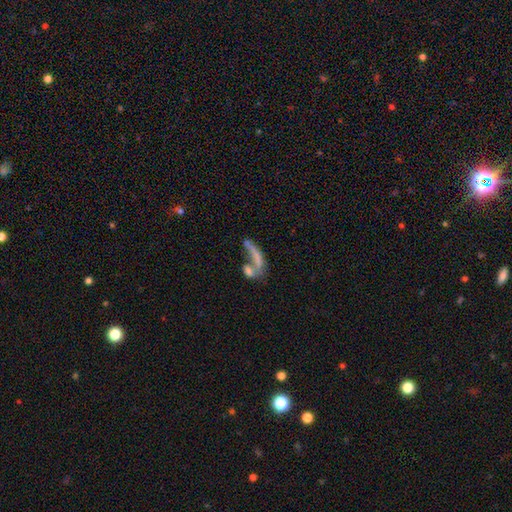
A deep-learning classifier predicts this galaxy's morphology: Smooth or featured: smooth — 47% (featured or disk — 41%)
Merging: merger — 49% (major disturbance — 24%)